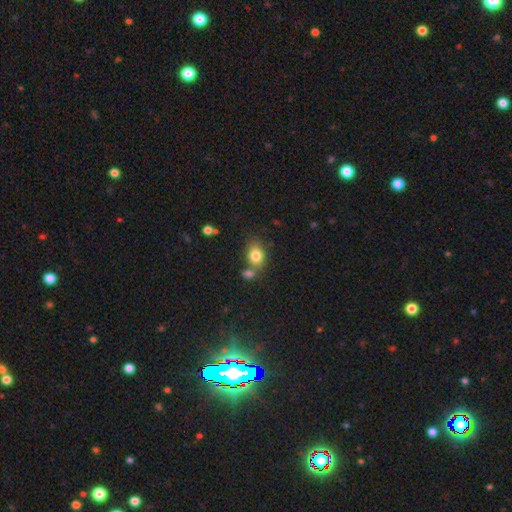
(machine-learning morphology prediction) Smooth or featured: smooth — 81% (star or artifact — 10%)
How rounded: in between — 63% (round — 36%)
Merging: none — 57% (merger — 24%)